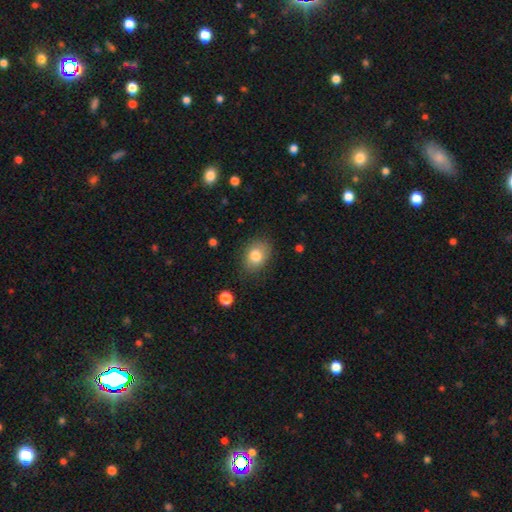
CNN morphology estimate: This appears to be a smooth galaxy with no disk features (81%) that is in between round and cigar-shaped (67%). Merging: none (79%).